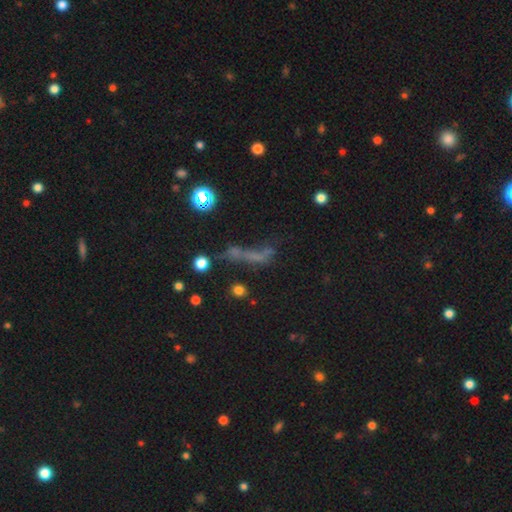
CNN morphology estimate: The model was most divided on "smooth or featured": smooth: 40%, star or artifact: 35%, featured or disk: 25%. Remaining: merging — none (40%).